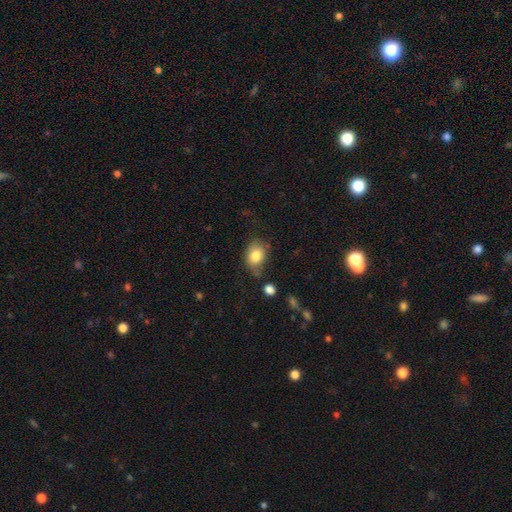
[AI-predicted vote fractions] Q: Smooth or featured?
A: smooth (81%); runner-up: featured or disk (10%)
Q: How rounded?
A: in between (62%); runner-up: round (37%)
Q: Merging?
A: none (62%); runner-up: minor disturbance (26%)